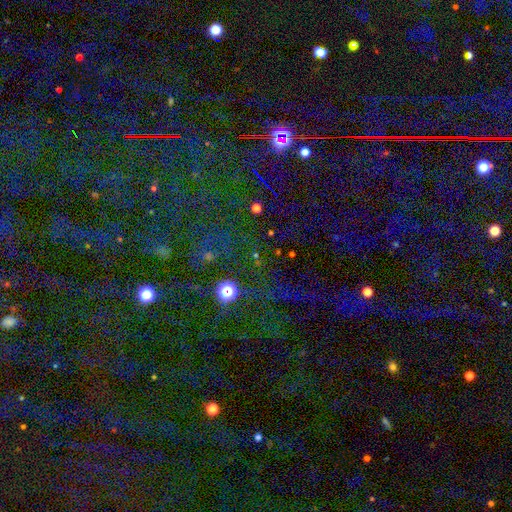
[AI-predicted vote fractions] This appears to be a star or artifact, not a galaxy (66%).